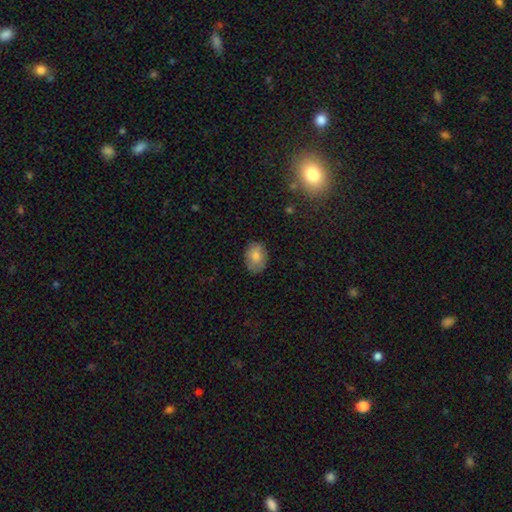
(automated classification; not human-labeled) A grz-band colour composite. It shows a smooth galaxy with no disk features (77%) that is in between round and cigar-shaped (73%). Merging: none (81%).